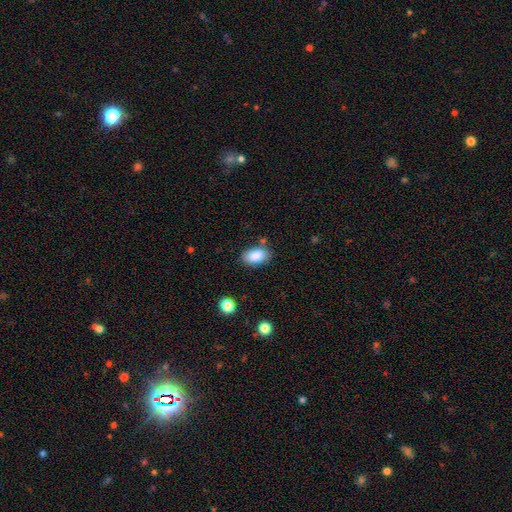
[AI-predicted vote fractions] A smooth galaxy with no disk features (87%) that is in between round and cigar-shaped (93%).

Vote fractions:
- Smooth or featured? smooth: 87% / star or artifact: 7% / featured or disk: 5%
- How rounded? in between: 93% / round: 6% / cigar-shaped: 2%
- Merging? none: 79% / minor disturbance: 14% / merger: 4% / major disturbance: 3%